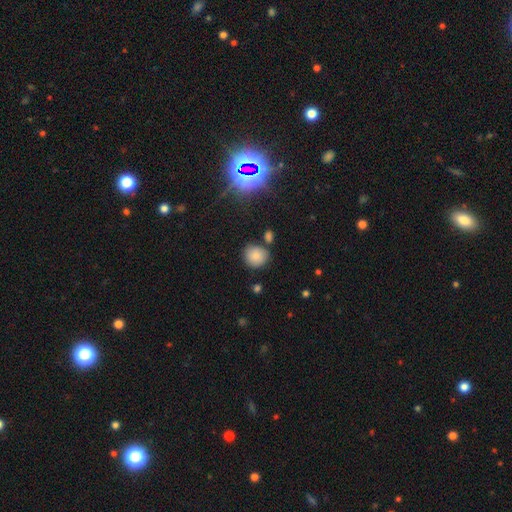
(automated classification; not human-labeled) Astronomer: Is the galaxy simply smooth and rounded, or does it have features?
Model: smooth — 82%.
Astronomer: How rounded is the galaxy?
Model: round — 84%.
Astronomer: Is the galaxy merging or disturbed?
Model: none — 74%.